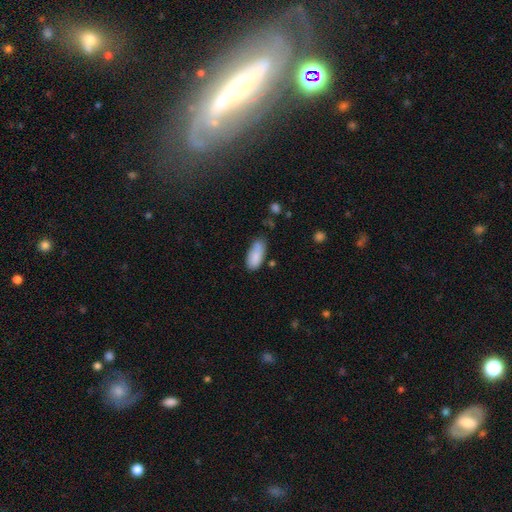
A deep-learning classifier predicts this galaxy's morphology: smooth 85%, featured or disk 9%, star or artifact 6%. Down the decision tree: how rounded — in between (87%); merging — none (60%).